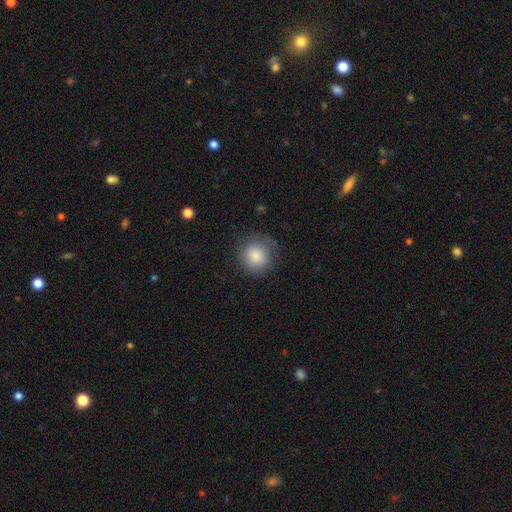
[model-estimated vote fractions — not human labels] This appears to be a smooth galaxy with no disk features (84%) that is round (90%). Merging: none (75%).